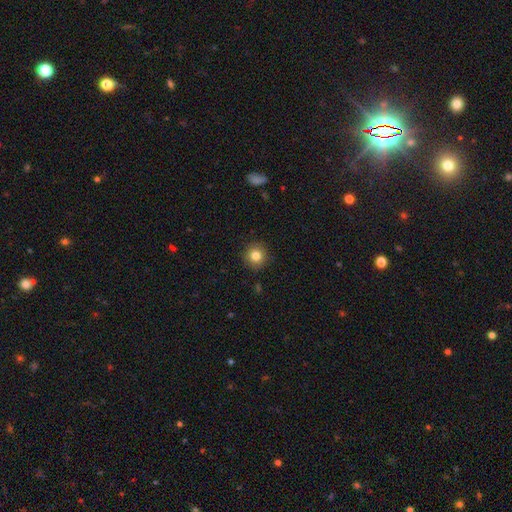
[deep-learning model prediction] Smooth or featured? smooth (83%)
How rounded? round (93%)
Merging? none (91%)